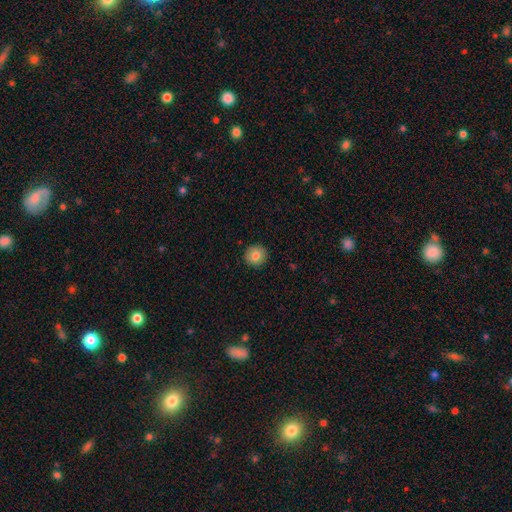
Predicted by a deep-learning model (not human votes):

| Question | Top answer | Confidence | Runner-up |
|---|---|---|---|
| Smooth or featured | smooth | 81% | featured or disk (11%) |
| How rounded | round | 94% | in between (5%) |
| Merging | none | 92% | minor disturbance (6%) |